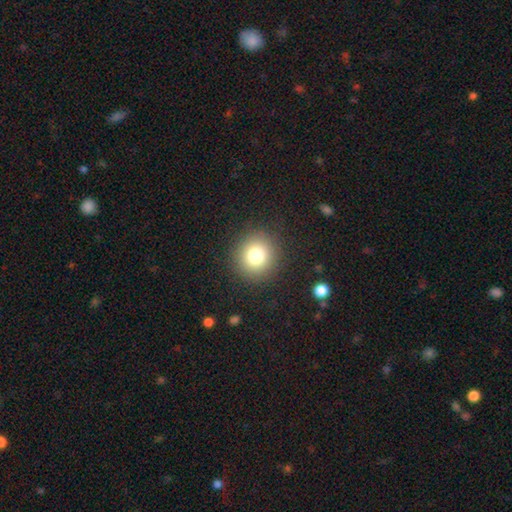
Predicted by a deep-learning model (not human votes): Smooth or featured: smooth — 78% (star or artifact — 12%)
How rounded: round — 90% (in between — 9%)
Merging: none — 89% (minor disturbance — 7%)